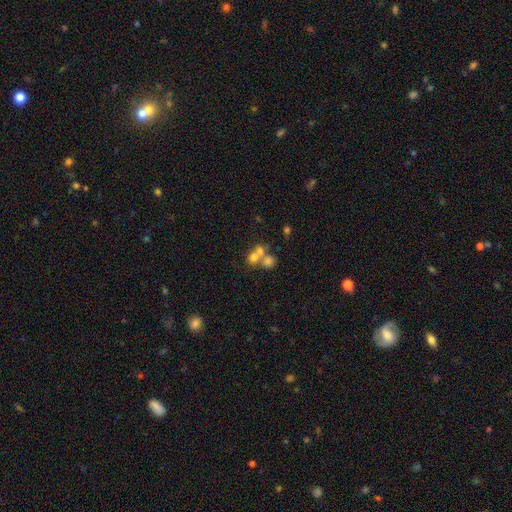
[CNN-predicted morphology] The model was most divided on "merging": merger: 59%, none: 32%, minor disturbance: 6%, major disturbance: 4%. More confident: how rounded — round (78%); smooth or featured — smooth (62%).